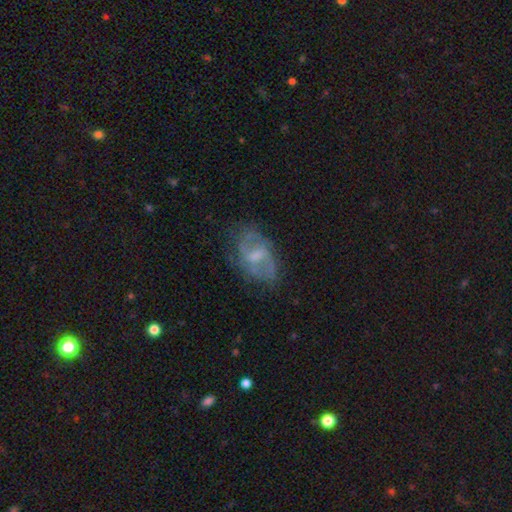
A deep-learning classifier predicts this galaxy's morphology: The model was most divided on "bulge size" (2-way tie): moderate: 36%, small: 36%, none: 23%, large: 4%, dominant: 1%. More confident: edge-on disk — no (95%); spiral arms — yes (73%); smooth or featured — featured or disk (65%); merging — none (61%); bar — weak (54%).